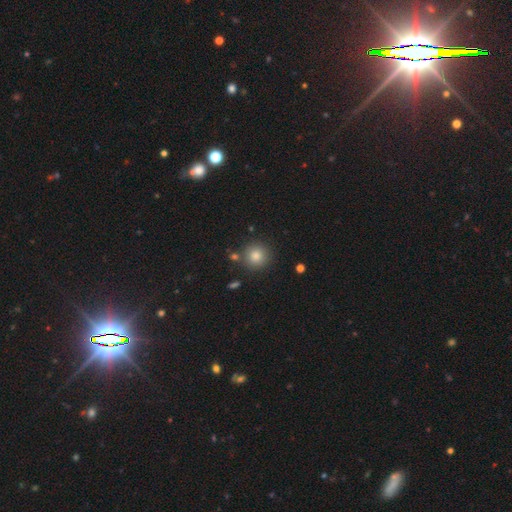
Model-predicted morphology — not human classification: smooth 82%, star or artifact 12%, featured or disk 6%. Down the decision tree: how rounded — round (94%); merging — none (85%).